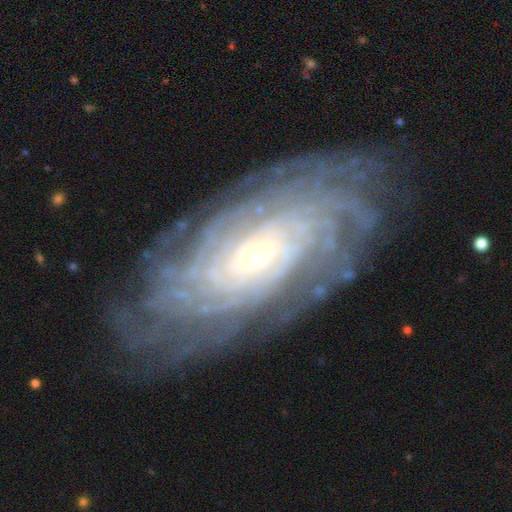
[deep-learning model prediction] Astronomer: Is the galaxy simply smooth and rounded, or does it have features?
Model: featured or disk — 89%.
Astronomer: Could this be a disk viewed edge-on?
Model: no — 94%.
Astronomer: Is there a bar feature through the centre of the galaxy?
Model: no — 62%.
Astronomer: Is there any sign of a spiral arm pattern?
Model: yes — 97%.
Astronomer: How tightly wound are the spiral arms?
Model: tight — 84%.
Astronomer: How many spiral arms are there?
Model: more than 4 — 34% (runner-up: can't tell, 30%).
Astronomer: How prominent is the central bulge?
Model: small — 74%.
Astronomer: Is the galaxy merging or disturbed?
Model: none — 82%.